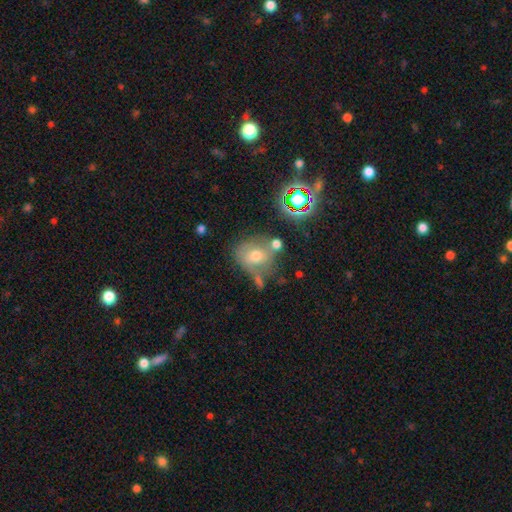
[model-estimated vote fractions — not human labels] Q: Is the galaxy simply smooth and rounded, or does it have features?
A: smooth — 57%.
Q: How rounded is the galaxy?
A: round — 69%.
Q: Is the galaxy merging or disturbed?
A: none — 46%.